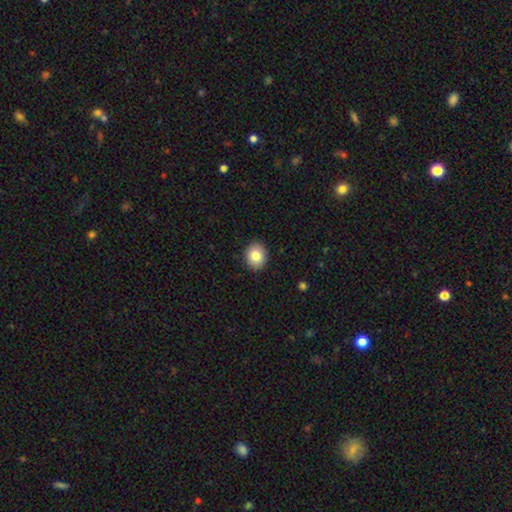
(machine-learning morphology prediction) This is clearly a smooth galaxy (82%). How rounded: likely round (65%). Merging: clearly none (91%).